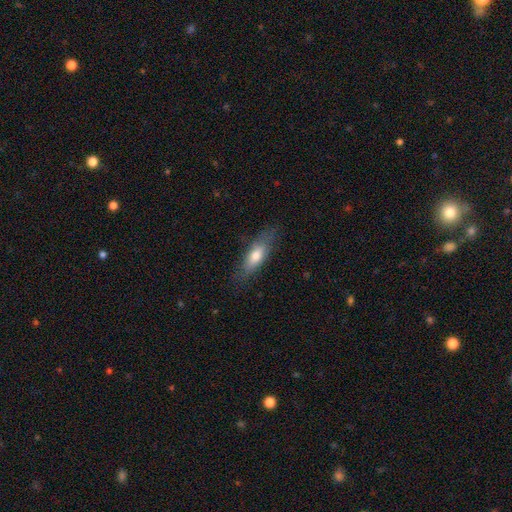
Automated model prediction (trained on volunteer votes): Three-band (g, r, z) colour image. It shows a smooth galaxy with no disk features (69%) that is in between round and cigar-shaped (58%). Merging: none (76%).